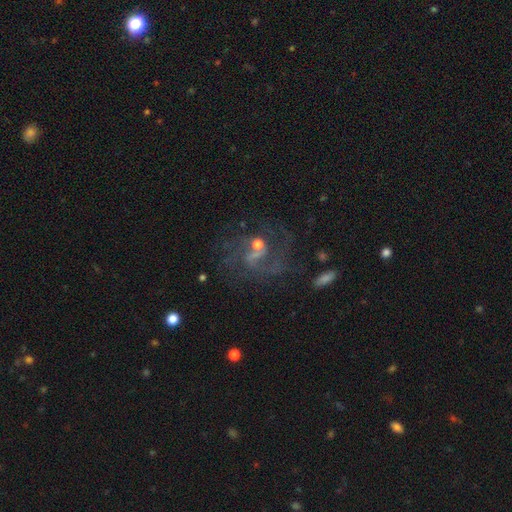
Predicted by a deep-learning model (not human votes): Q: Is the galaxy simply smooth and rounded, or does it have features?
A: featured or disk — 73%.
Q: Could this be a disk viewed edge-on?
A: no — 97%.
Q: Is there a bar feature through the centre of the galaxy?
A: no — 47%.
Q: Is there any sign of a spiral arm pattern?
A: yes — 83%.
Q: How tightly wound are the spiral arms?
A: medium — 46%.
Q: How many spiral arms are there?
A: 2 — 51%.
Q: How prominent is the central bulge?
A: small — 47%.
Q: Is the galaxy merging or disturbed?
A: none — 54%.